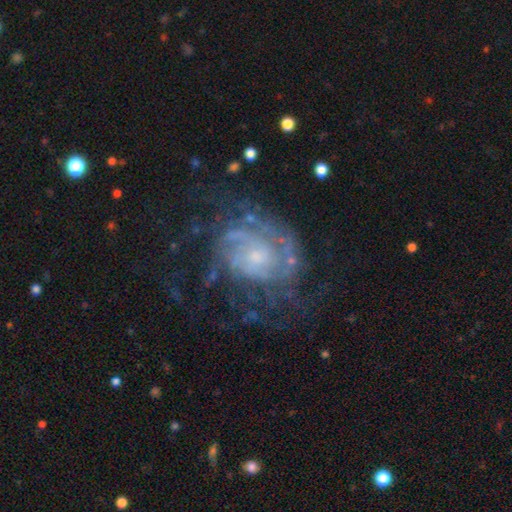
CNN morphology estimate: smooth-or-featured: featured or disk: 82% | smooth: 10% | star or artifact: 8%
  disk-edge-on: no: 97% | yes: 3%
    bar: no: 73% | weak: 23% | strong: 4%
    has-spiral-arms: yes: 89% | no: 11%
      spiral-winding: tight: 57% | medium: 32% | loose: 11%
      spiral-arm-count: can't tell: 40% | 2: 25% | 3: 14% | 4: 8% | 1: 7% | more than 4: 6%
    bulge-size: small: 55% | moderate: 33% | none: 7% | large: 4% | dominant: 1%
  merging: none: 61% | minor disturbance: 19% | major disturbance: 18% | merger: 2%